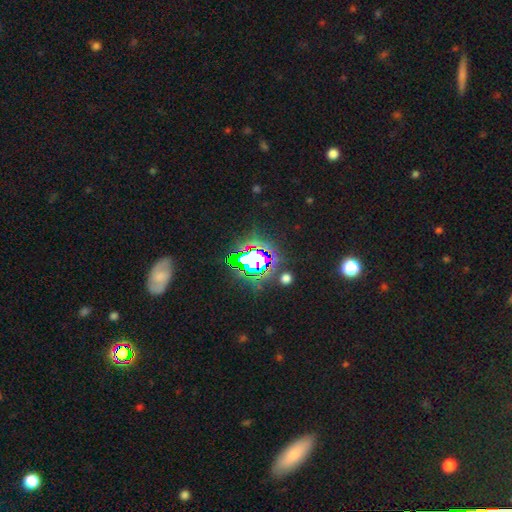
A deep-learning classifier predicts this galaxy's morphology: Smooth or featured?
  - star or artifact: 73% *
  - smooth: 15%
  - featured or disk: 12%